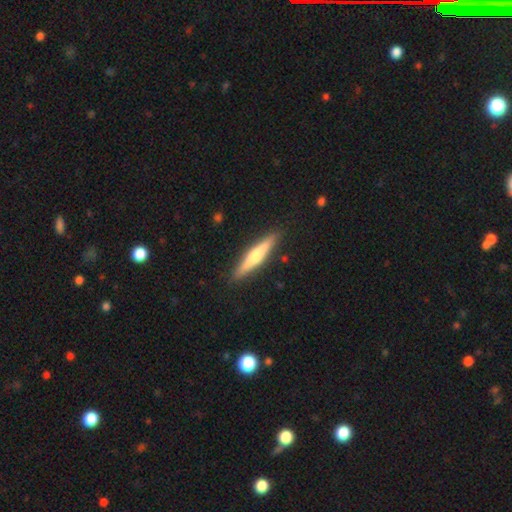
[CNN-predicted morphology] Smooth or featured? Predicted: featured or disk (p=0.53). Edge-on disk? Predicted: yes (p=0.96). Edge-on bulge? Predicted: rounded (p=0.82). Merging? Predicted: none (p=0.90).